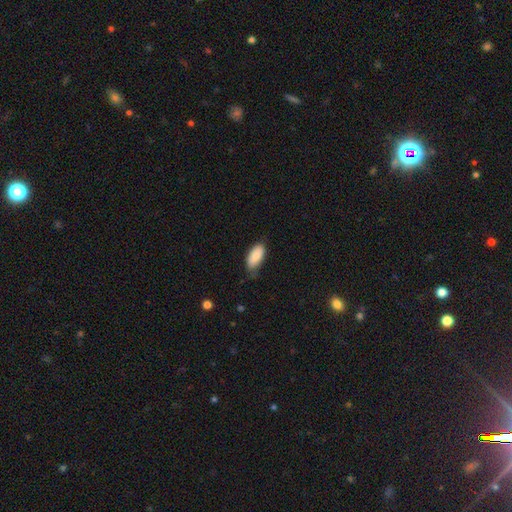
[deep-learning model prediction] Smooth or featured? Predicted: smooth (p=0.86). How rounded? Predicted: in between (p=0.92). Merging? Predicted: none (p=0.63).